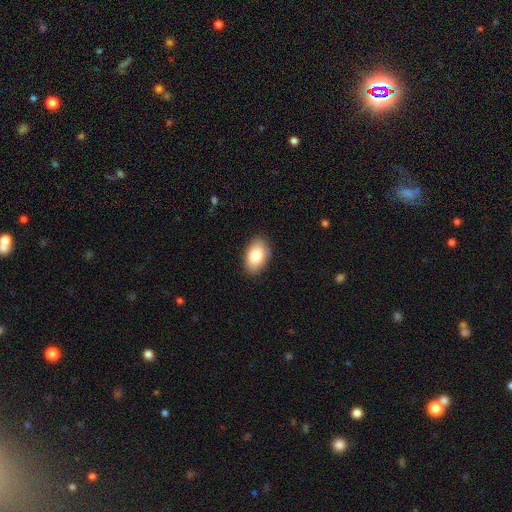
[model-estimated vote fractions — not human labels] Smooth or featured?
  - smooth: 83% *
  - featured or disk: 10%
  - star or artifact: 7%
How rounded?
  - in between: 92% *
  - round: 7%
  - cigar-shaped: 1%
Merging?
  - none: 86% *
  - minor disturbance: 10%
  - major disturbance: 2%
  - merger: 1%